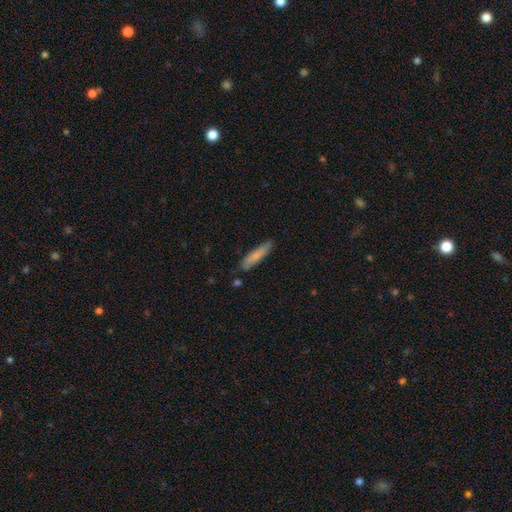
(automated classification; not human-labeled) smooth-or-featured: smooth: 77% | featured or disk: 17% | star or artifact: 6%
  how-rounded: cigar-shaped: 85% | in between: 14% | round: 1%
  merging: none: 82% | minor disturbance: 13% | merger: 2% | major disturbance: 2%